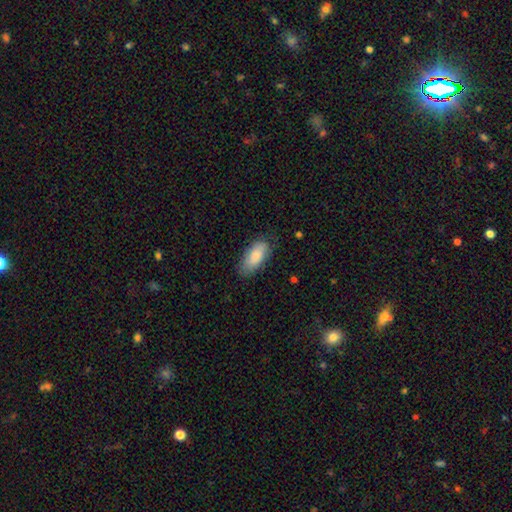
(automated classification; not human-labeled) smooth 83%, featured or disk 11%, star or artifact 6%. Down the decision tree: how rounded — in between (90%); merging — none (76%).